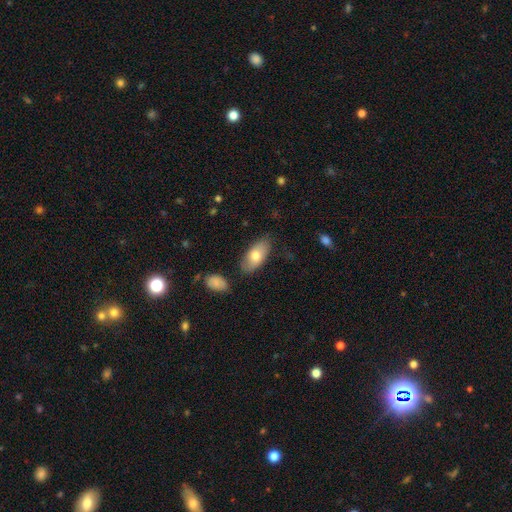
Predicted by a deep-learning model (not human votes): Q: Smooth or featured?
A: smooth (74%); runner-up: featured or disk (20%)
Q: How rounded?
A: in between (92%); runner-up: cigar-shaped (5%)
Q: Merging?
A: none (77%); runner-up: minor disturbance (17%)